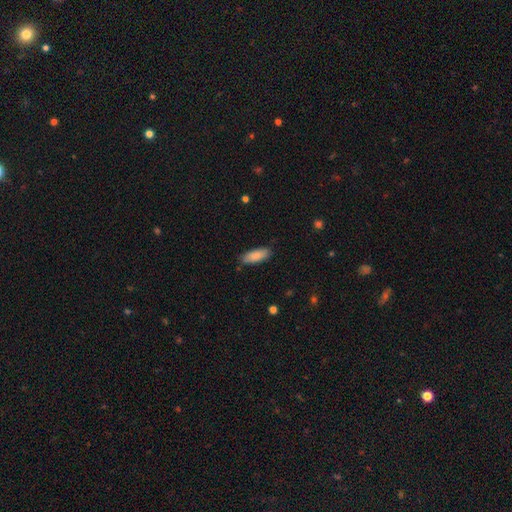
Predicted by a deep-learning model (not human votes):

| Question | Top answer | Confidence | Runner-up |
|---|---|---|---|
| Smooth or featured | smooth | 87% | featured or disk (7%) |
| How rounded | in between | 68% | cigar-shaped (30%) |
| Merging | none | 84% | minor disturbance (12%) |